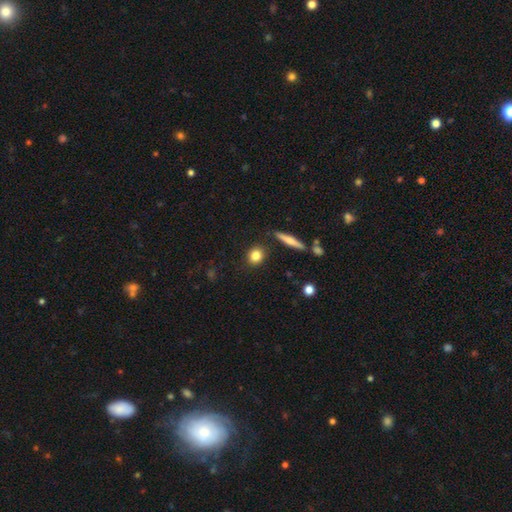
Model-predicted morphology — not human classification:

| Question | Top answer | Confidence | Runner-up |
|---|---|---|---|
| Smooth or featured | smooth | 82% | star or artifact (9%) |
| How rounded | round | 69% | in between (27%) |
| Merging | none | 87% | minor disturbance (8%) |